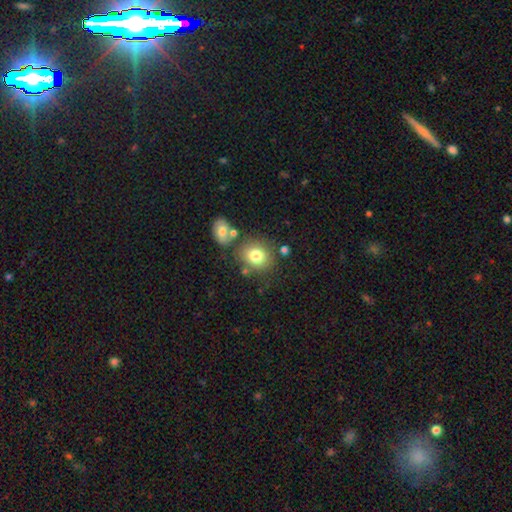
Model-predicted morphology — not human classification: The model was most divided on "how rounded": round: 73%, in between: 26%, cigar-shaped: 1%. More confident: smooth or featured — smooth (79%); merging — none (71%).